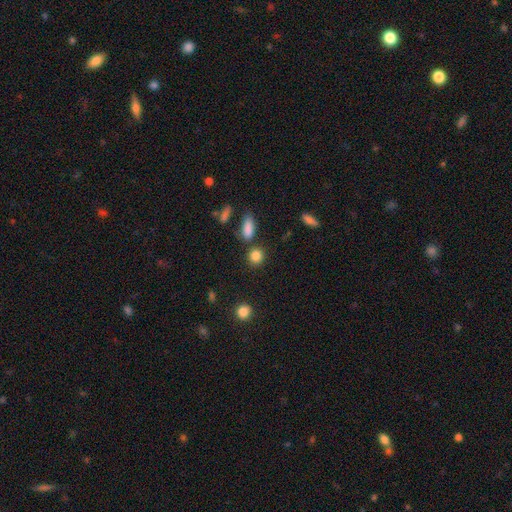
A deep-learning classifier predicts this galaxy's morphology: This is clearly a smooth galaxy (85%). How rounded: clearly round (83%). Merging: likely none (77%).